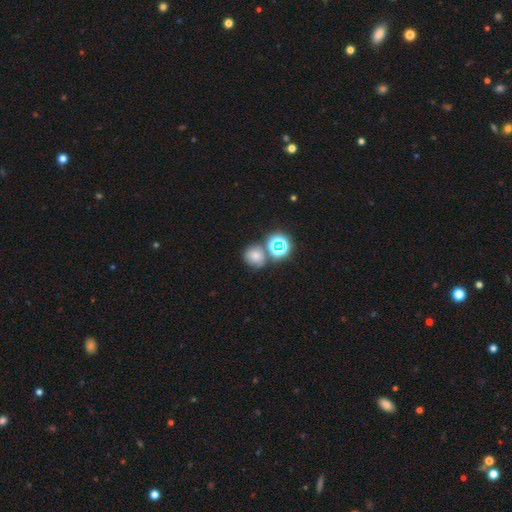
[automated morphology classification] A smooth galaxy with no disk features (62%) that is round (78%). Merging: none (62%).